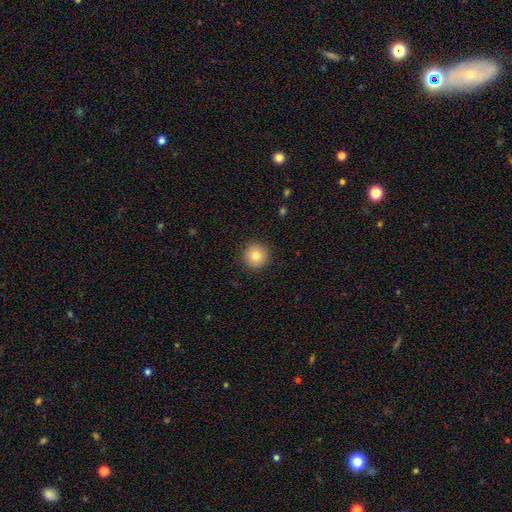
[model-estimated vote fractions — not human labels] The model was most divided on "smooth or featured": smooth: 82%, star or artifact: 9%, featured or disk: 8%. More confident: how rounded — round (95%); merging — none (92%).